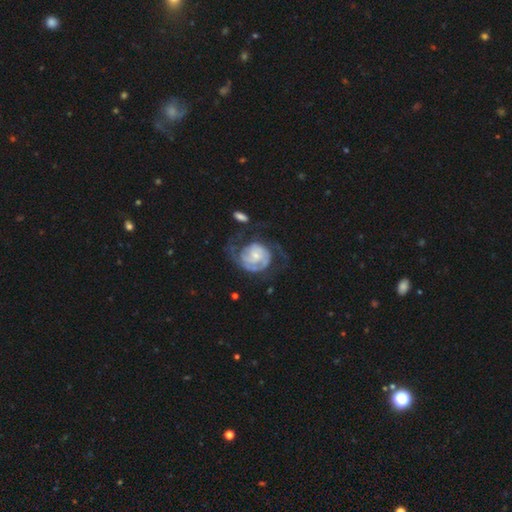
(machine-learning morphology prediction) Q: Smooth or featured?
A: featured or disk (82%); runner-up: smooth (13%)
Q: Edge-on disk?
A: no (98%); runner-up: yes (2%)
Q: Bar?
A: no (68%); runner-up: weak (26%)
Q: Spiral arms?
A: yes (93%); runner-up: no (7%)
Q: Spiral winding?
A: tight (53%); runner-up: medium (33%)
Q: Spiral arm count?
A: 2 (47%); runner-up: can't tell (23%)
Q: Bulge size?
A: small (64%); runner-up: moderate (25%)
Q: Merging?
A: none (43%); runner-up: major disturbance (33%)